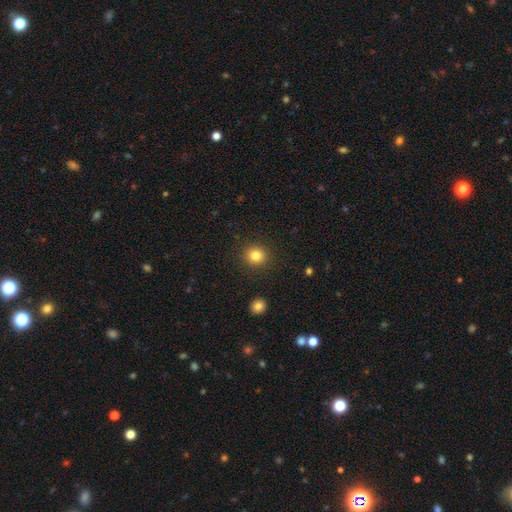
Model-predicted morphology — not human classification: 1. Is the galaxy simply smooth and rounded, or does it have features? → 83% smooth, 11% star or artifact, 6% featured or disk.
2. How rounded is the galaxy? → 89% round, 10% in between, 1% cigar-shaped.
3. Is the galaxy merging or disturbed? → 91% none, 6% minor disturbance, 2% major disturbance, 1% merger.